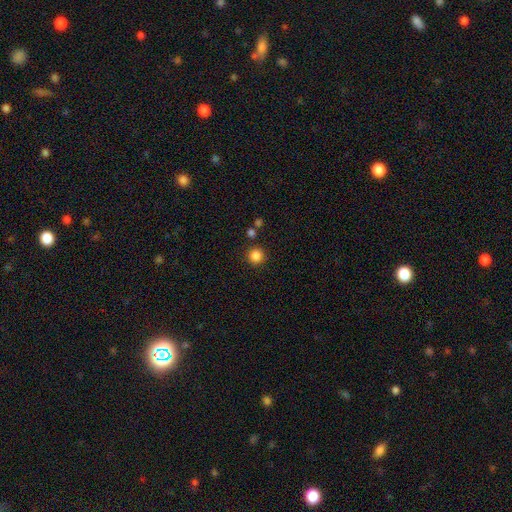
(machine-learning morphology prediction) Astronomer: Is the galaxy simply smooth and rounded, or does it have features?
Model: smooth — 85%.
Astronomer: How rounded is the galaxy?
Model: round — 95%.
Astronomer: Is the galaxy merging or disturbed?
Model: none — 87%.